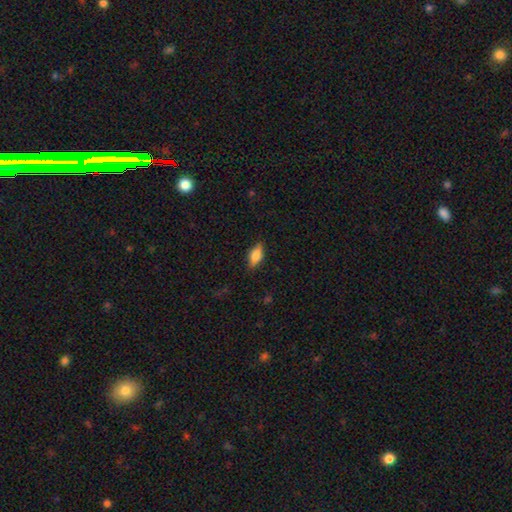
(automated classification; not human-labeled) Smooth or featured? Predicted: smooth (p=0.77). How rounded? Predicted: in between (p=0.83). Merging? Predicted: none (p=0.81).